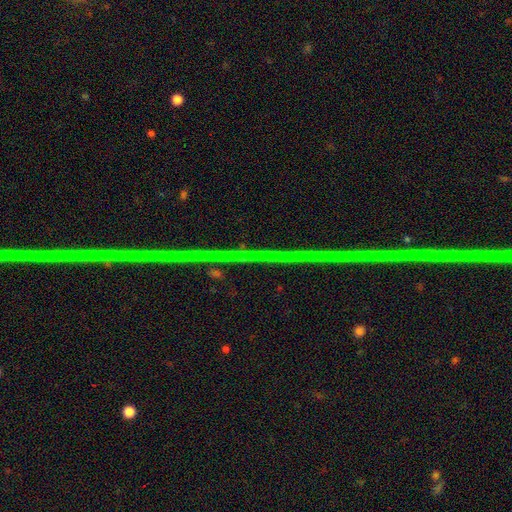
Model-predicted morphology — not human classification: type=star or artifact (78%).